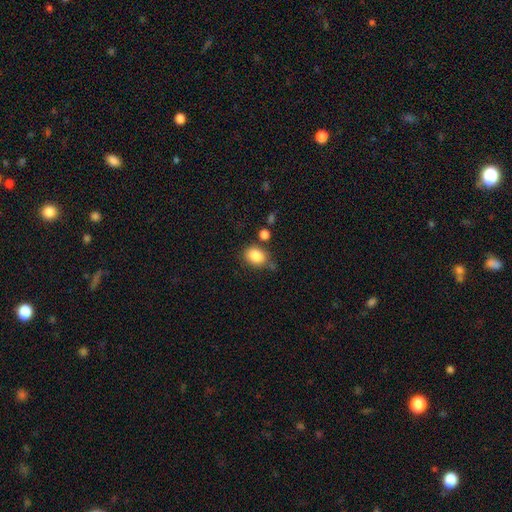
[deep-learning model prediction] A smooth galaxy with no disk features (86%) that is in between round and cigar-shaped (62%). Merging: none (67%).